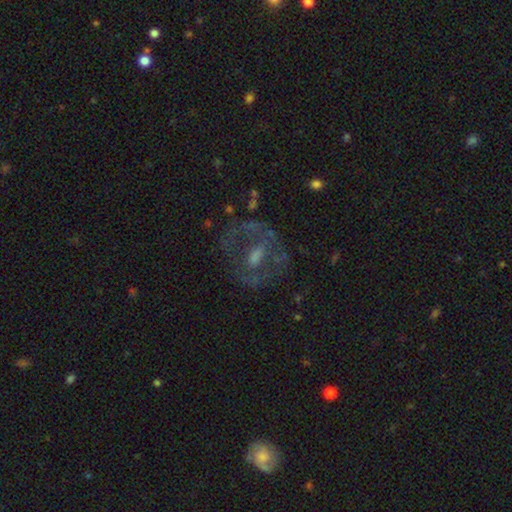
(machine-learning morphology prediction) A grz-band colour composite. It shows a featured or disk galaxy (62%) with no bar (50%), no spiral arms (73%) and a moderate central bulge (47%). Merging: none (64%).